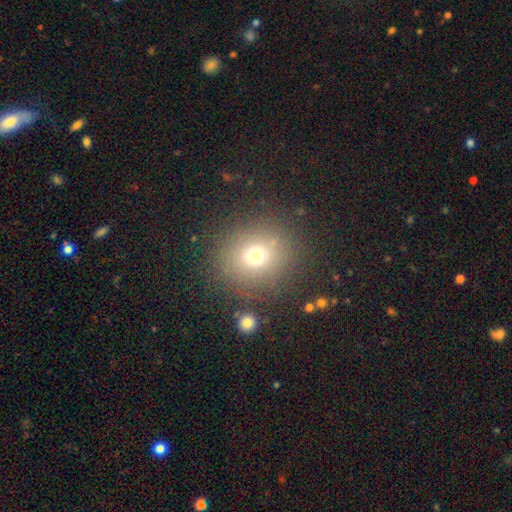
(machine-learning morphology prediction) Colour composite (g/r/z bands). It shows a smooth galaxy with no disk features (69%) that is round (84%). Merging: none (83%).